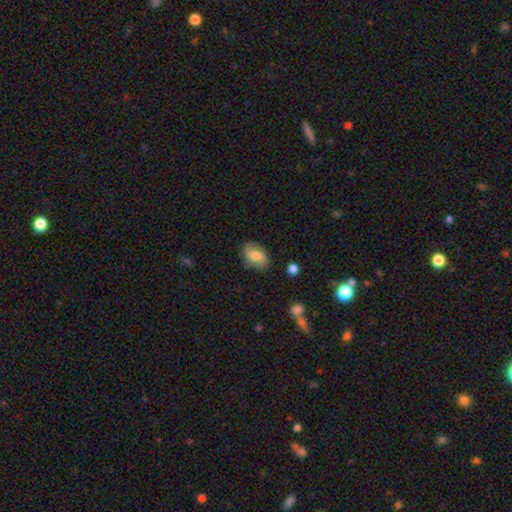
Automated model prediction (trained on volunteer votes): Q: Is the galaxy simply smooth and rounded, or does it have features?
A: smooth — 61%.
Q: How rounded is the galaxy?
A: in between — 88%.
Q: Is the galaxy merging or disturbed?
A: none — 74%.